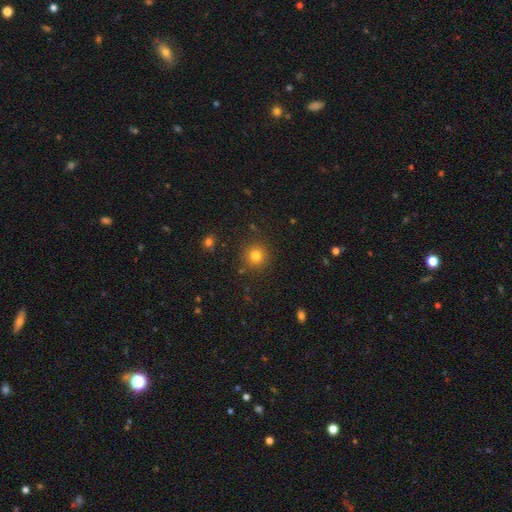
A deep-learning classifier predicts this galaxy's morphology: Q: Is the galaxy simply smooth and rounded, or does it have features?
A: smooth — 80%.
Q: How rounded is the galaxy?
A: round — 94%.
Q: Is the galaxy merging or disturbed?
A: none — 87%.